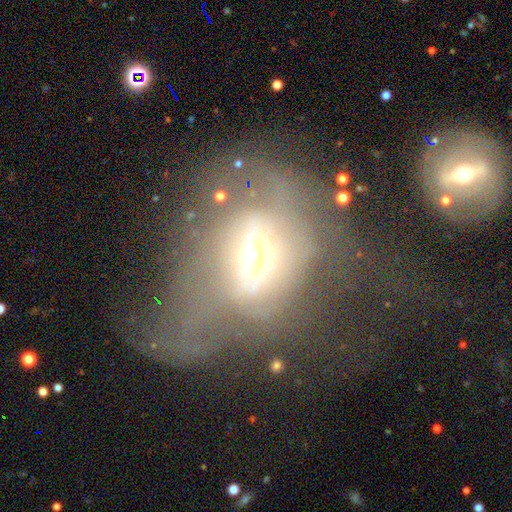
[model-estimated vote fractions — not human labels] Smooth or featured? Predicted: featured or disk (p=0.59). Edge-on disk? Predicted: no (p=0.85). Bar? Predicted: no (p=0.63). Spiral arms? Predicted: no (p=0.69). Bulge size? Predicted: small (p=0.43). Merging? Predicted: major disturbance (p=0.63).